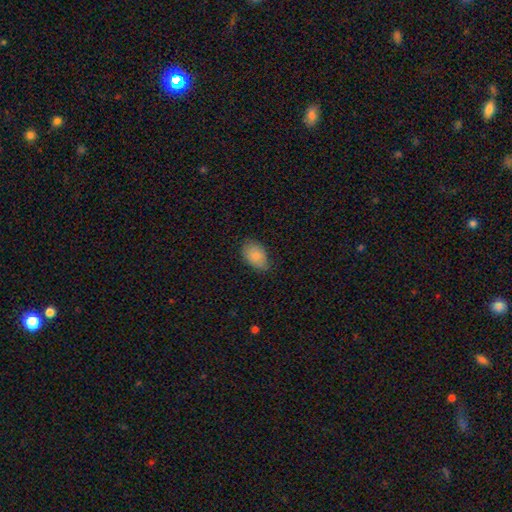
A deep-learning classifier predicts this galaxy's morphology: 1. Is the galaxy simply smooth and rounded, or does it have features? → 83% smooth, 9% featured or disk, 7% star or artifact.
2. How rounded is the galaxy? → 87% in between, 12% round, 1% cigar-shaped.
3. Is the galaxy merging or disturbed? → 73% none, 23% minor disturbance, 4% major disturbance, 1% merger.